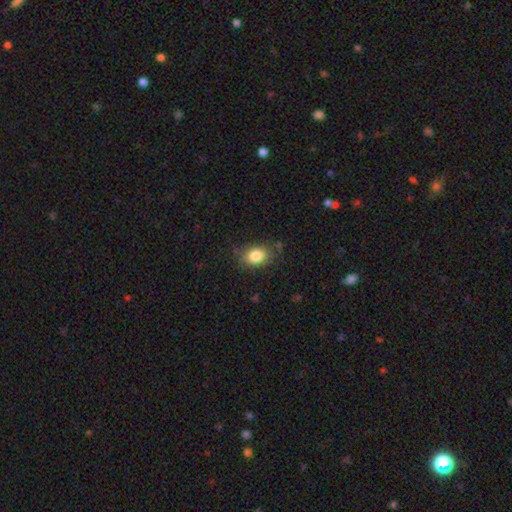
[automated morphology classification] smooth 83%, star or artifact 9%, featured or disk 7%. Down the decision tree: how rounded — in between (72%); merging — none (76%).